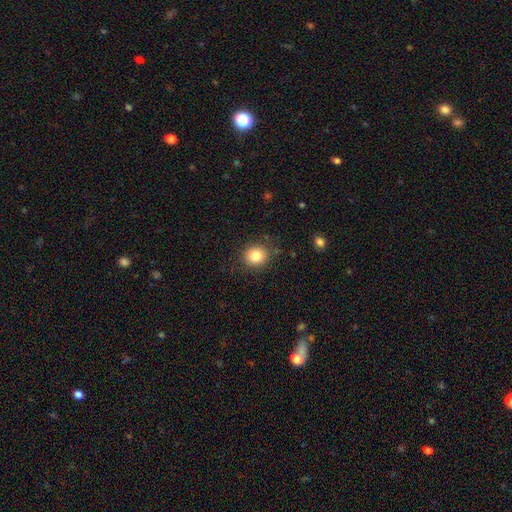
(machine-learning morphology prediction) smooth_or_featured: smooth (p=0.82) [alt: star or artifact p=0.11]
how_rounded: round (p=0.79) [alt: in between p=0.20]
merging: none (p=0.85) [alt: minor disturbance p=0.10]